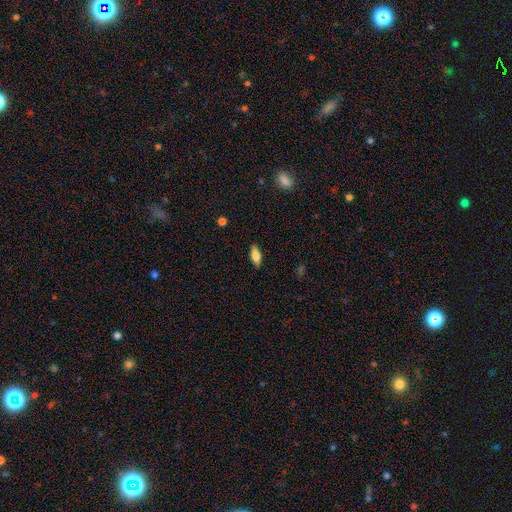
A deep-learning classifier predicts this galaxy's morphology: Smooth or featured? Predicted: smooth (p=0.75). How rounded? Predicted: in between (p=0.75). Merging? Predicted: none (p=0.88).